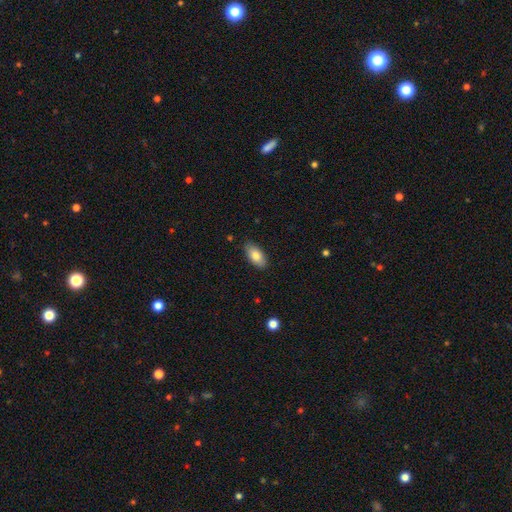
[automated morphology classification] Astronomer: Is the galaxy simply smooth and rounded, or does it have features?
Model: smooth — 82%.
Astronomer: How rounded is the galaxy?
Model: in between — 91%.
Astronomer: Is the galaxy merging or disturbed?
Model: none — 85%.